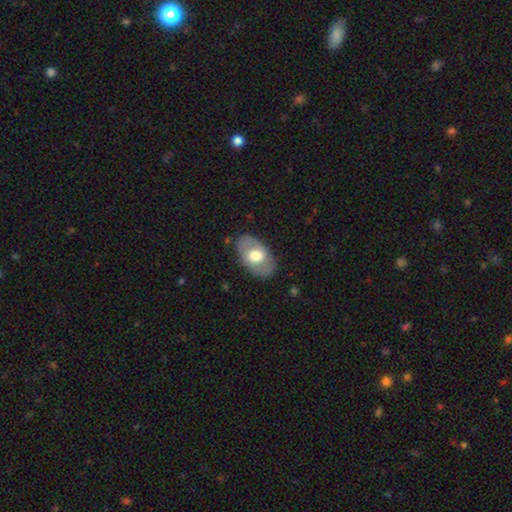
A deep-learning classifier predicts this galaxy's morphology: smooth 49%, featured or disk 46%, star or artifact 5%. Down the decision tree: merging — none (82%).